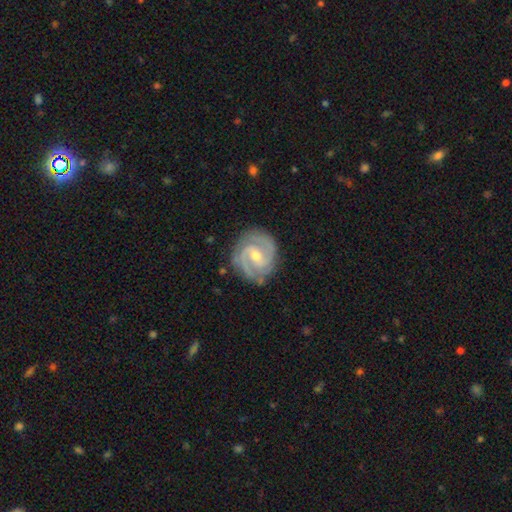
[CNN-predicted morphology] smooth-or-featured: featured or disk: 91% | smooth: 5% | star or artifact: 4%
  disk-edge-on: no: 98% | yes: 2%
    bar: weak: 50% | no: 31% | strong: 19%
    has-spiral-arms: yes: 98% | no: 2%
      spiral-winding: tight: 55% | medium: 40% | loose: 5%
      spiral-arm-count: 2: 83% | 3: 9% | can't tell: 3% | 4: 2% | 1: 2% | more than 4: 1%
    bulge-size: moderate: 52% | small: 45% | large: 1% | none: 1% | dominant: 1%
  merging: none: 82% | minor disturbance: 13% | major disturbance: 3% | merger: 1%